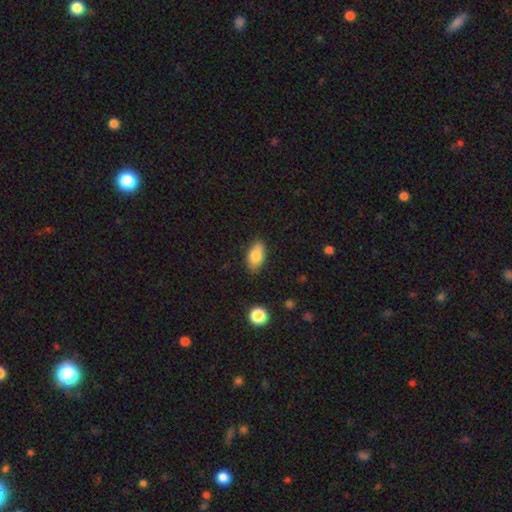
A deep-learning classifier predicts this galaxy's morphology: Smooth or featured? Predicted: smooth (p=0.80). How rounded? Predicted: in between (p=0.90). Merging? Predicted: none (p=0.80).